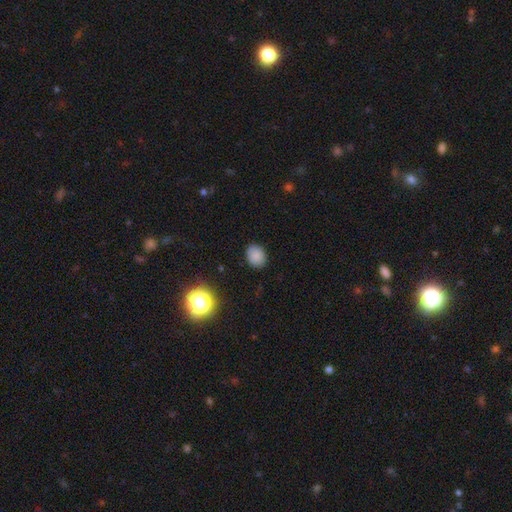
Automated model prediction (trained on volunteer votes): smooth_or_featured: smooth (p=0.81) [alt: star or artifact p=0.12]
how_rounded: in between (p=0.51) [alt: round p=0.48]
merging: none (p=0.86) [alt: minor disturbance p=0.10]